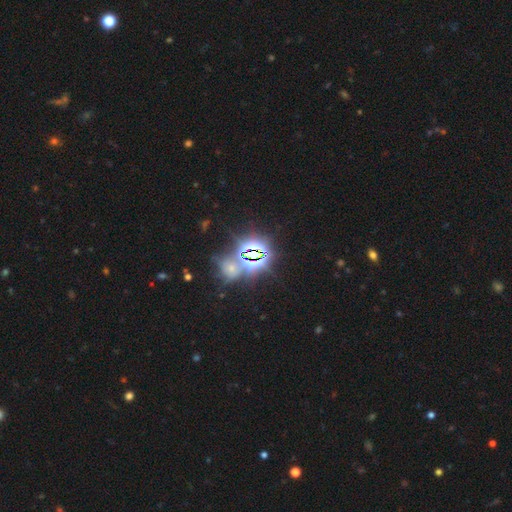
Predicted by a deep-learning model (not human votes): Smooth or featured: star or artifact — 79% (smooth — 12%)